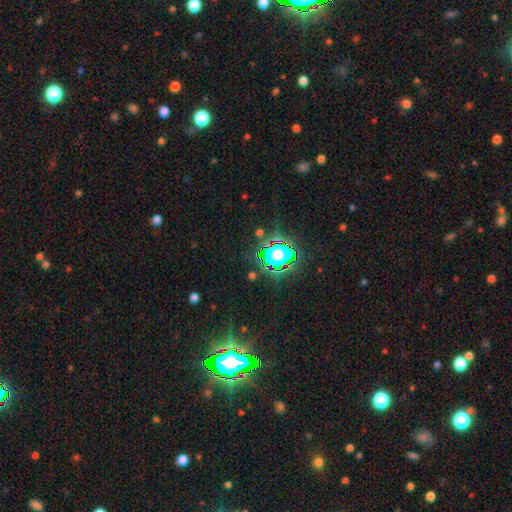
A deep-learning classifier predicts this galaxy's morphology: Smooth or featured: star or artifact — 82% (smooth — 11%)